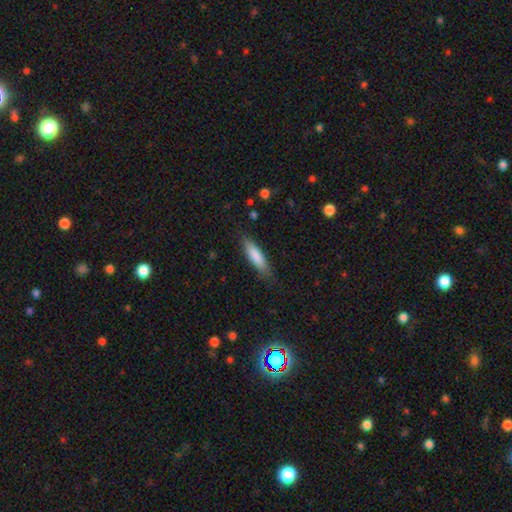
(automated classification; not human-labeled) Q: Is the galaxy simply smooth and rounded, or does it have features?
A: smooth — 83%.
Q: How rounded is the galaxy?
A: cigar-shaped — 66%.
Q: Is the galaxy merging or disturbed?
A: none — 82%.